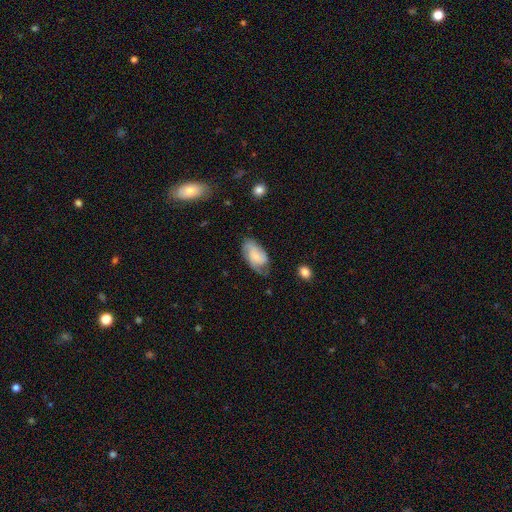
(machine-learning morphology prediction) featured or disk 62%, smooth 31%, star or artifact 7%. Down the decision tree: edge-on disk — no (96%); bar — no (65%); spiral arms — yes (91%); spiral arm count — 2 (49%); spiral winding — medium (43%); bulge size — small (63%); merging — none (61%).